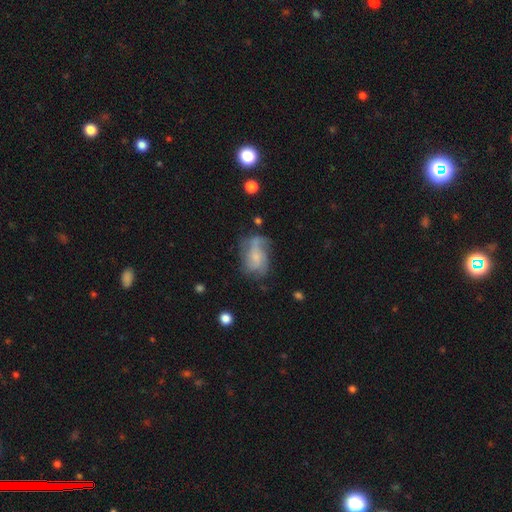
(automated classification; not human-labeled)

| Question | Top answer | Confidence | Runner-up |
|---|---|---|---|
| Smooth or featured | featured or disk | 58% | smooth (33%) |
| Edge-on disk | no | 96% | yes (4%) |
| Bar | no | 67% | weak (28%) |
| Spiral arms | yes | 78% | no (22%) |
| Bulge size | small | 61% | moderate (20%) |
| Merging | none | 43% | minor disturbance (28%) |